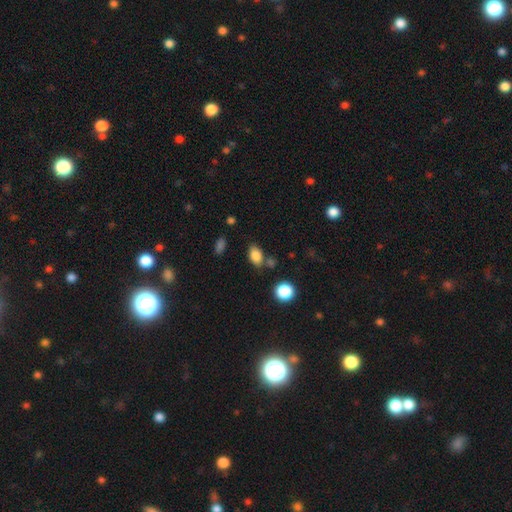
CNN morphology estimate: smooth_or_featured: smooth (p=0.84) [alt: star or artifact p=0.10]
how_rounded: in between (p=0.84) [alt: round p=0.14]
merging: none (p=0.70) [alt: minor disturbance p=0.15]